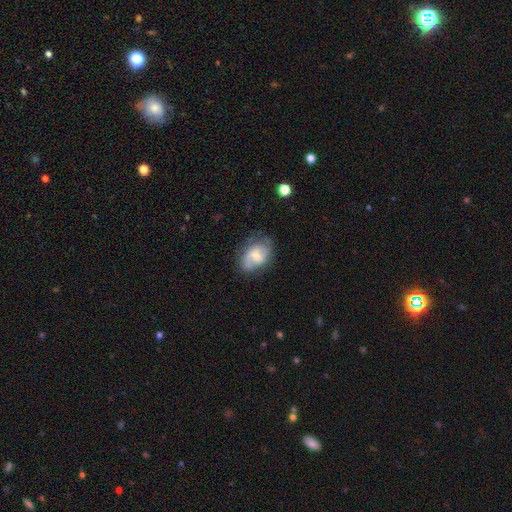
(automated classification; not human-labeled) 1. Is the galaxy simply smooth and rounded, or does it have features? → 64% featured or disk, 29% smooth, 7% star or artifact.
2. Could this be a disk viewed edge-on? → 97% no, 3% yes.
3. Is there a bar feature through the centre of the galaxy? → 46% weak, 44% no, 10% strong.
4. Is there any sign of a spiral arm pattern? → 87% yes, 13% no.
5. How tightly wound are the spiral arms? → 46% medium, 31% loose, 24% tight.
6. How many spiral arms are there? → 69% 2, 16% can't tell, 10% 1, 4% 3, 1% 4, 1% more than 4.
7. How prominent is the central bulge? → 49% small, 39% moderate, 6% none, 4% large, 1% dominant.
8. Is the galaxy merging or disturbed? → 65% none, 23% minor disturbance, 10% major disturbance, 2% merger.